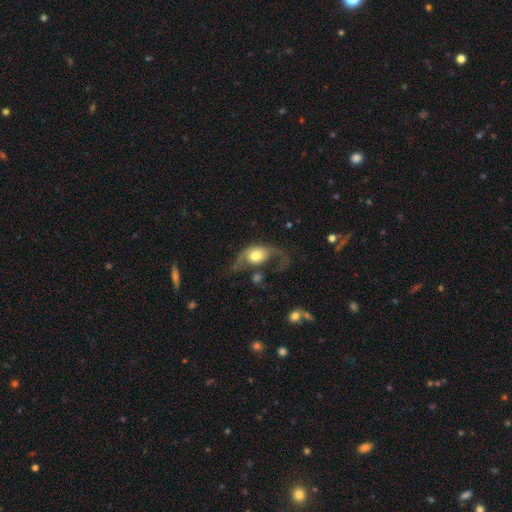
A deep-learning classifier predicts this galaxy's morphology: A smooth galaxy with no disk features (51%) that is in between round and cigar-shaped (70%). Merging: major disturbance (50%).